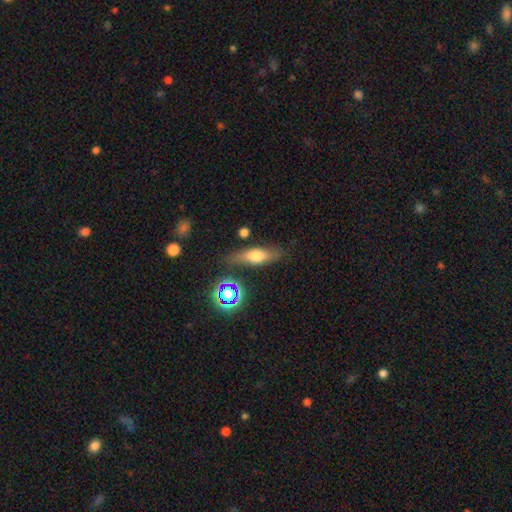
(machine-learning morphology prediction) Overall: smooth (56%; featured or disk 32%). How rounded: in between (51%; cigar-shaped 43%). Merging: none (73%).